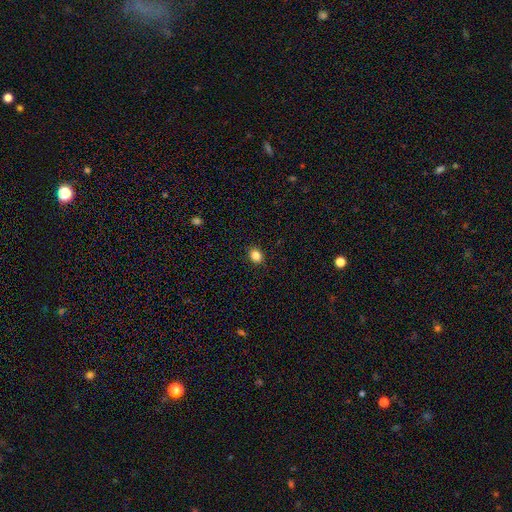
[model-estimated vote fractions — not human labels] A smooth galaxy with no disk features (85%) that is round (62%). Merging: none (91%).